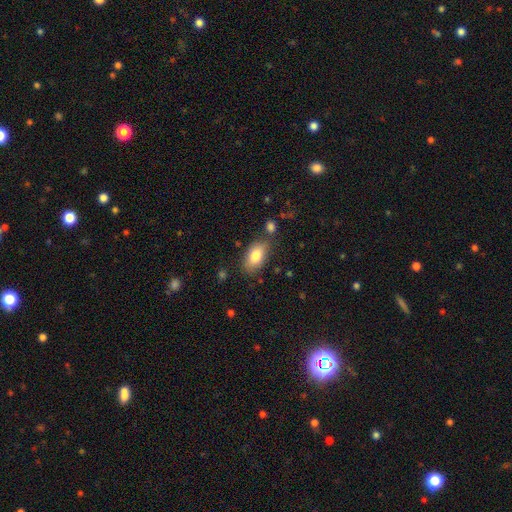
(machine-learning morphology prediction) Smooth or featured?
  - smooth: 82% *
  - featured or disk: 11%
  - star or artifact: 7%
How rounded?
  - in between: 92% *
  - round: 5%
  - cigar-shaped: 3%
Merging?
  - none: 74% *
  - minor disturbance: 17%
  - merger: 6%
  - major disturbance: 4%